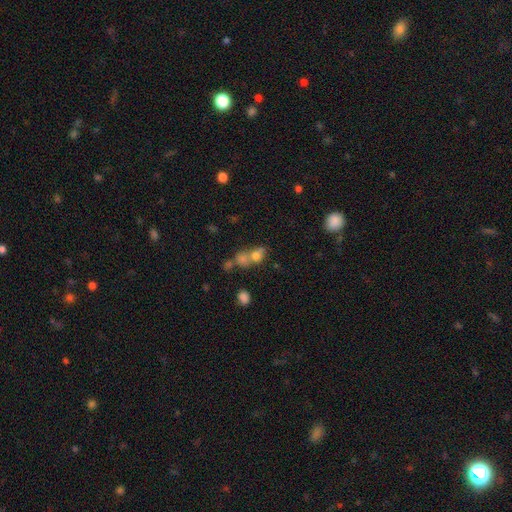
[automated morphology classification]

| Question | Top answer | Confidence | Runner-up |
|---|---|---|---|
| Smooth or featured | smooth | 69% | featured or disk (17%) |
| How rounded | round | 51% | in between (46%) |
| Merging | merger | 56% | none (28%) |